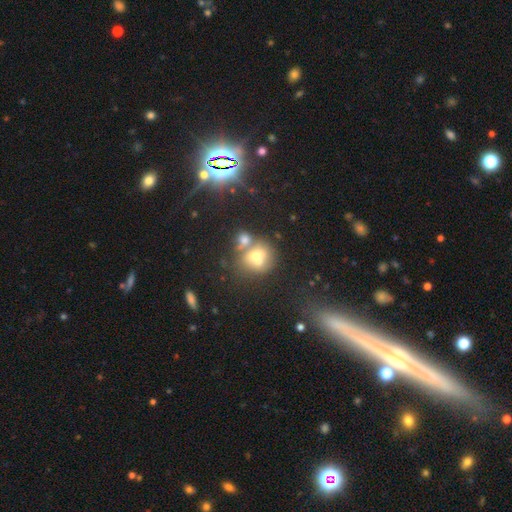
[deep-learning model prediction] A smooth galaxy with no disk features (57%) that is round (69%). Merging: merger (47%).